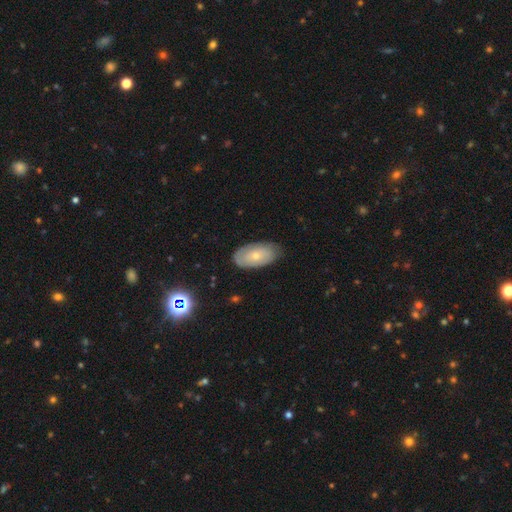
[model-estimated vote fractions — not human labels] smooth 55%, featured or disk 38%, star or artifact 7%. Down the decision tree: how rounded — in between (93%); merging — none (77%).